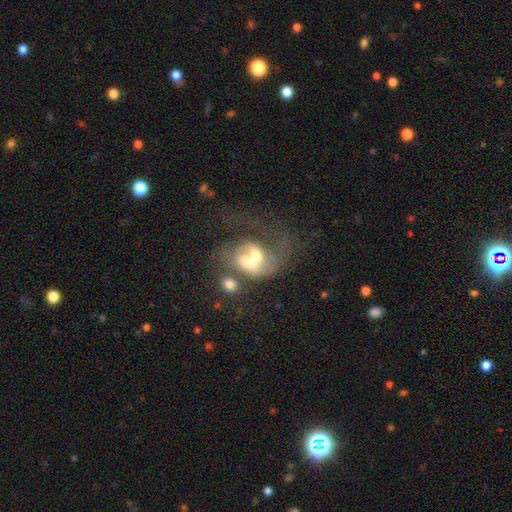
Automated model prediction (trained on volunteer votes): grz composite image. It shows a featured or disk galaxy (59%) with no bar (68%), spiral arms (51%) and a moderate central bulge (53%). Merging: merger (63%).